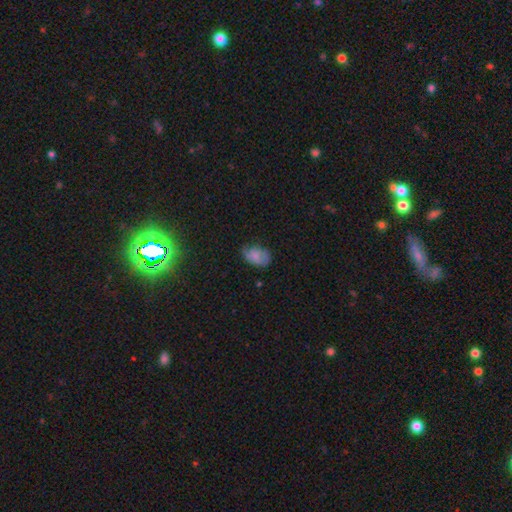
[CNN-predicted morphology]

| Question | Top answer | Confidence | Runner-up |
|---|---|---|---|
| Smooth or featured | smooth | 71% | featured or disk (20%) |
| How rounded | in between | 86% | round (13%) |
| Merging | none | 51% | minor disturbance (36%) |